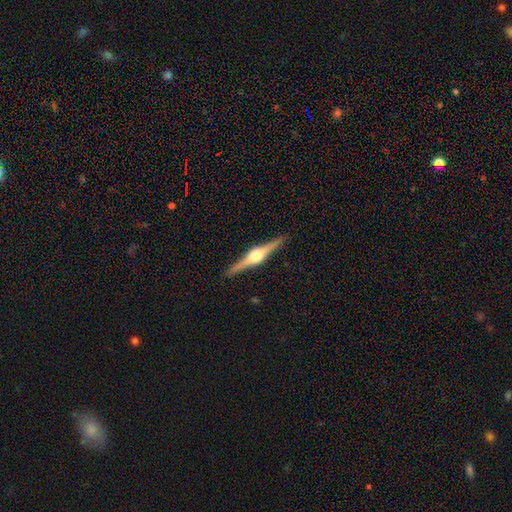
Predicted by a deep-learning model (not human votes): This is clearly a featured or disk galaxy (85%). It is clearly viewed edge-on (98%). Edge-on bulge: clearly rounded (95%). Merging: clearly none (92%).